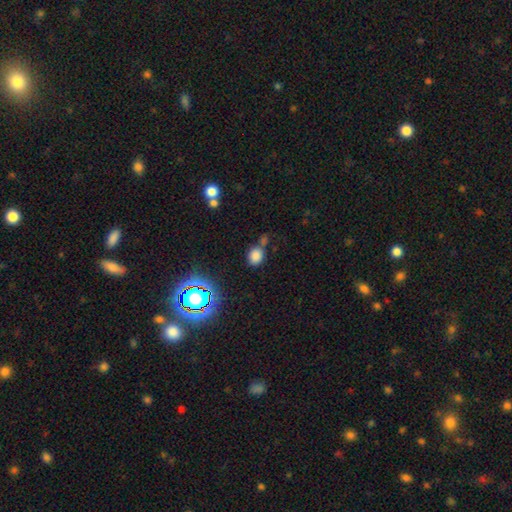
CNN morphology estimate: This is likely a smooth galaxy (76%). How rounded: likely round (62%). Merging: possibly none (59%).